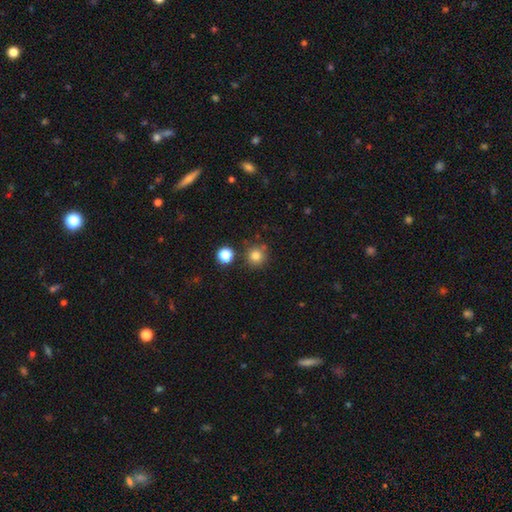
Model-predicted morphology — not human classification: This is clearly a smooth galaxy (80%). How rounded: clearly round (94%). Merging: clearly none (81%).